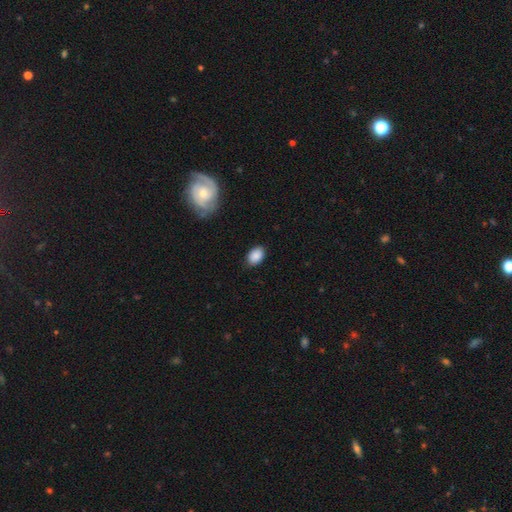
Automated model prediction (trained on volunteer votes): smooth 87%, star or artifact 8%, featured or disk 6%. Down the decision tree: how rounded — in between (84%); merging — none (82%).